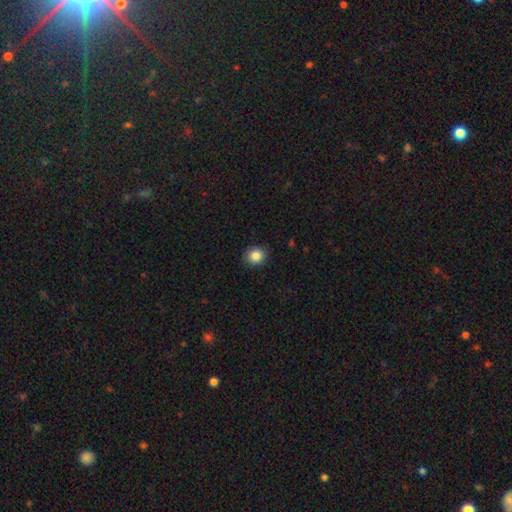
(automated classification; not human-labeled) Smooth or featured? Predicted: smooth (p=0.86). How rounded? Predicted: round (p=0.83). Merging? Predicted: none (p=0.90).